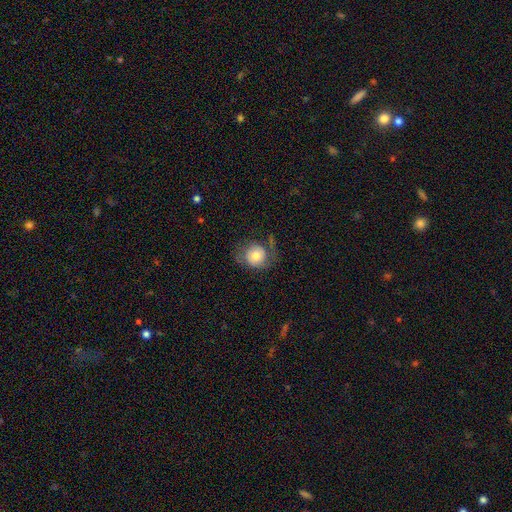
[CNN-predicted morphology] Smooth or featured? Predicted: smooth (p=0.61). How rounded? Predicted: round (p=0.83). Merging? Predicted: none (p=0.54).